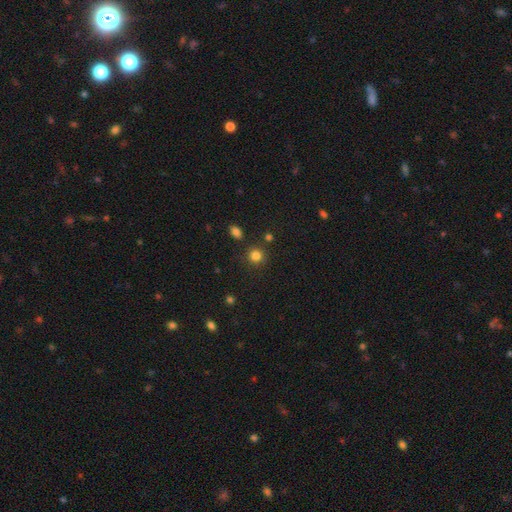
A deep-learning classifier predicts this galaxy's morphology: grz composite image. It shows a smooth galaxy with no disk features (82%) that is round (90%). Merging: none (84%).